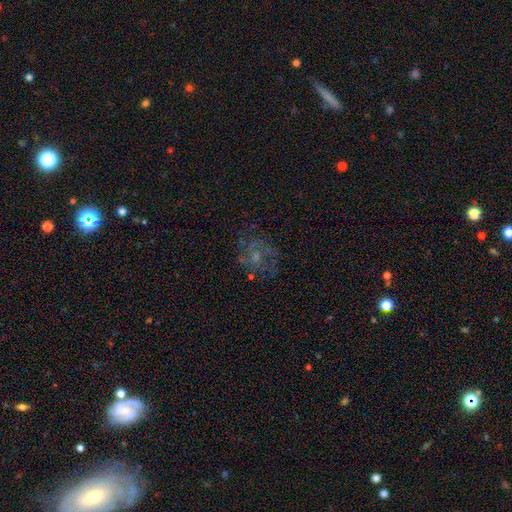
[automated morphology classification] This is likely a featured or disk galaxy (65%). It is clearly not viewed edge-on (97%). Bar: likely no (71%). Spiral arm pattern: likely yes (79%). Central bulge: possibly small (49%). Merging: likely none (67%).